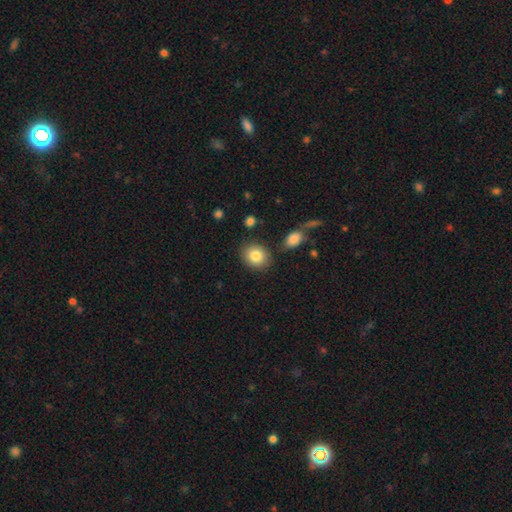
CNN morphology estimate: type=smooth (84%); roundness=round (67%); merging=none (83%).